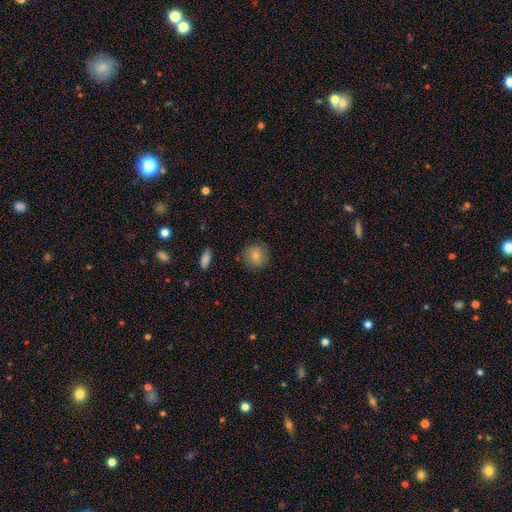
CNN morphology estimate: The model was most divided on "smooth or featured": smooth: 82%, featured or disk: 9%, star or artifact: 9%. More confident: how rounded — round (91%); merging — none (86%).